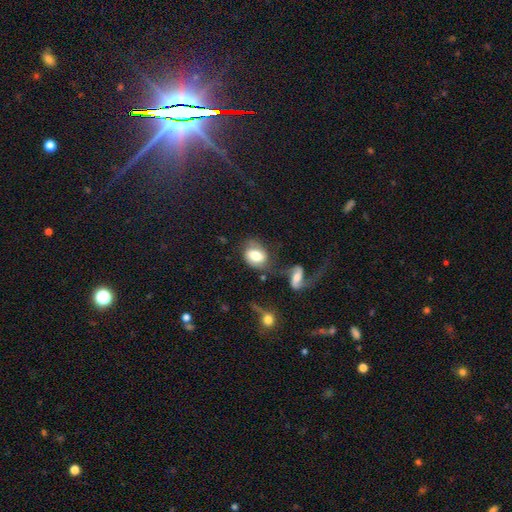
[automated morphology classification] smooth-or-featured: smooth: 63% | featured or disk: 29% | star or artifact: 8%
  how-rounded: in between: 66% | round: 32% | cigar-shaped: 1%
  merging: none: 48% | minor disturbance: 20% | merger: 18% | major disturbance: 13%